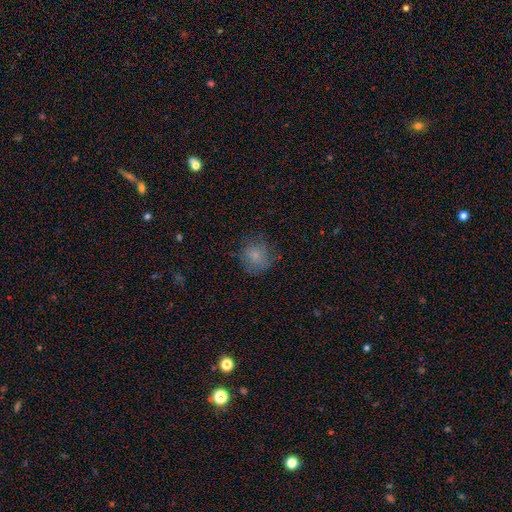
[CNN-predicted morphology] This appears to be a smooth galaxy with no disk features (75%) that is round (86%). Merging: none (70%).